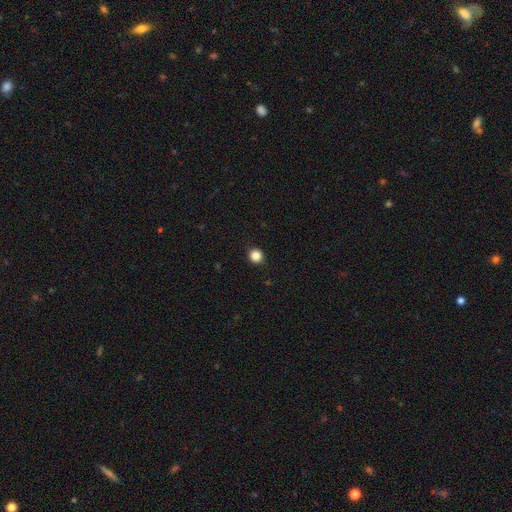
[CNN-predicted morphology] smooth 85%, star or artifact 12%, featured or disk 3%. Down the decision tree: how rounded — round (92%); merging — none (92%).